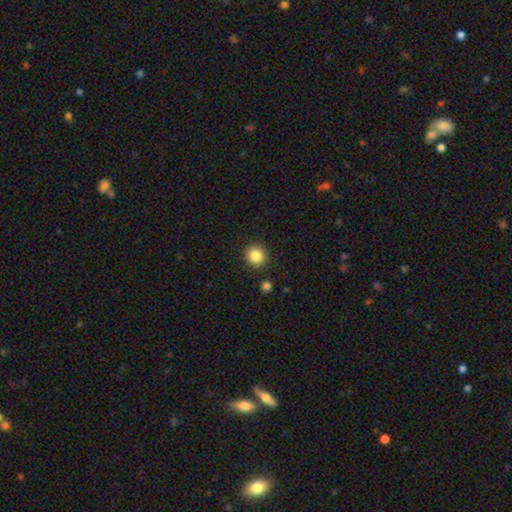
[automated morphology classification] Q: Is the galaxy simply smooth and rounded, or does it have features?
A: smooth — 85%.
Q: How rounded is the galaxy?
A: round — 91%.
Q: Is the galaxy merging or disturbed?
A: none — 90%.